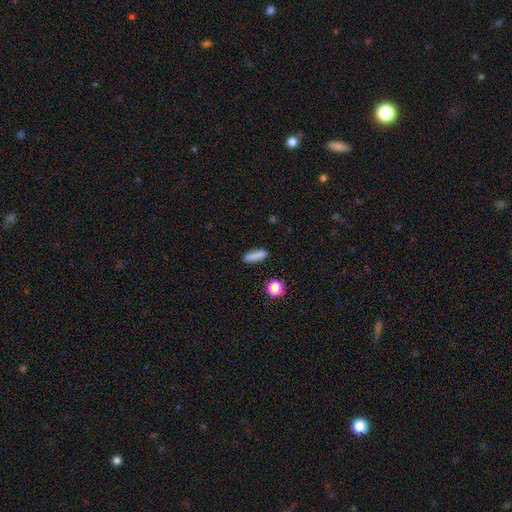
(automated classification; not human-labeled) The model was most divided on "how rounded": cigar-shaped: 59%, in between: 37%, round: 4%. More confident: merging — none (86%); smooth or featured — smooth (84%).